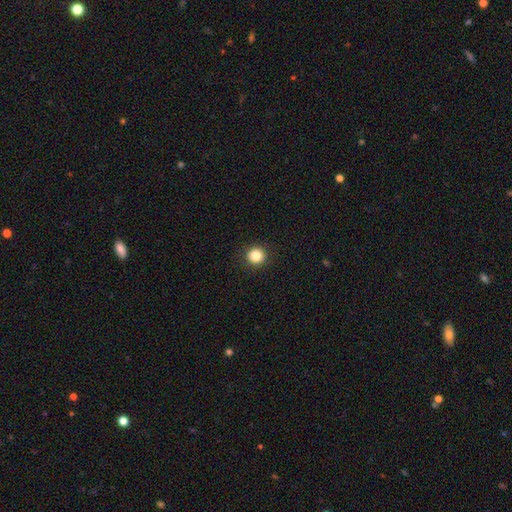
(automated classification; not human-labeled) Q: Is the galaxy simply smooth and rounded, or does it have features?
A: smooth — 84%.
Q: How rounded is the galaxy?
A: round — 94%.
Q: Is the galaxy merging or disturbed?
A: none — 93%.